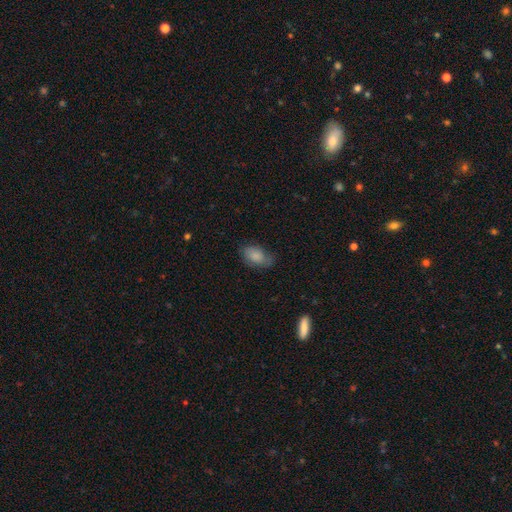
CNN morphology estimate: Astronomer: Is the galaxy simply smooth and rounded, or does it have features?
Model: smooth — 80%.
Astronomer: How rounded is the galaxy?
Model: in between — 90%.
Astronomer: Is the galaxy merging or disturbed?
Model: none — 61%.